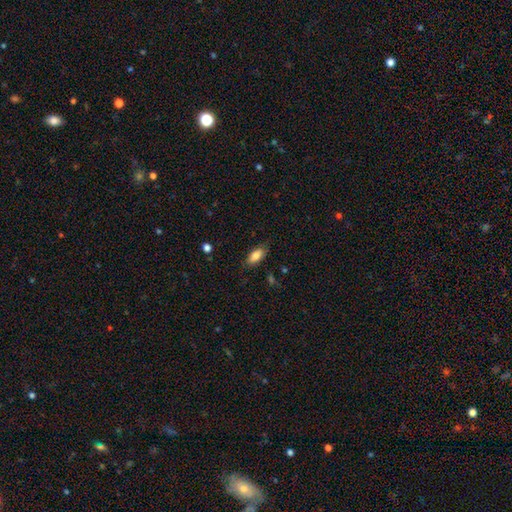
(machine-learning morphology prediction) smooth 81%, featured or disk 11%, star or artifact 7%. Down the decision tree: how rounded — in between (86%); merging — none (81%).